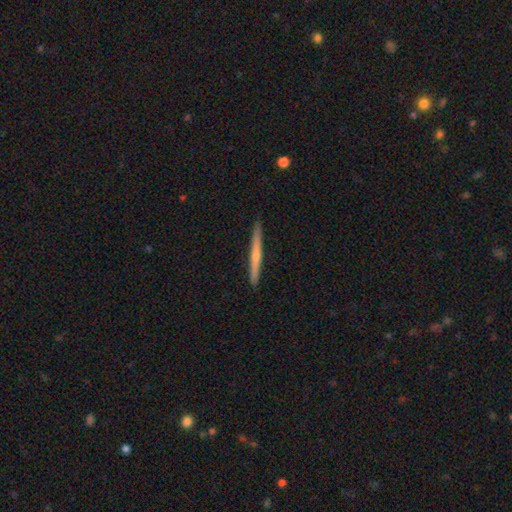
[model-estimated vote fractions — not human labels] This appears to be a featured or disk galaxy (68%) viewed edge-on (97%) with a rounded central bulge (70%). Merging: none (91%).